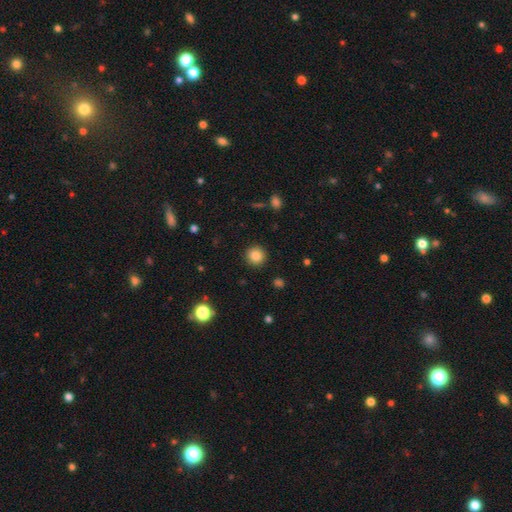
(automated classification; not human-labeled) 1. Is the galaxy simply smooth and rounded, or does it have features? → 85% smooth, 10% star or artifact, 5% featured or disk.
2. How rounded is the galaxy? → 94% round, 5% in between, 1% cigar-shaped.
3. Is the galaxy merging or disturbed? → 91% none, 5% minor disturbance, 2% major disturbance, 1% merger.